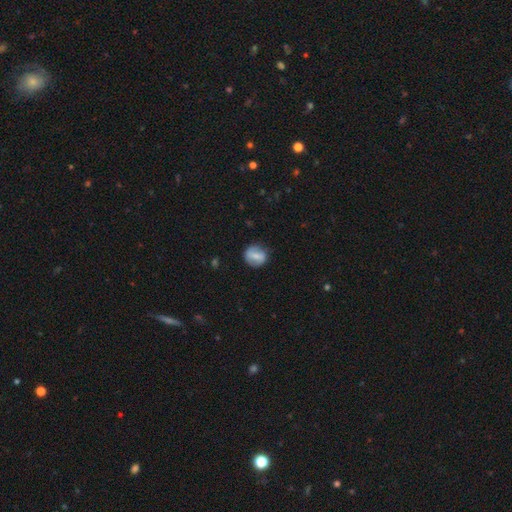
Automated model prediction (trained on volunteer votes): Smooth or featured? Predicted: smooth (p=0.50). How rounded? Predicted: round (p=0.79). Merging? Predicted: none (p=0.78).